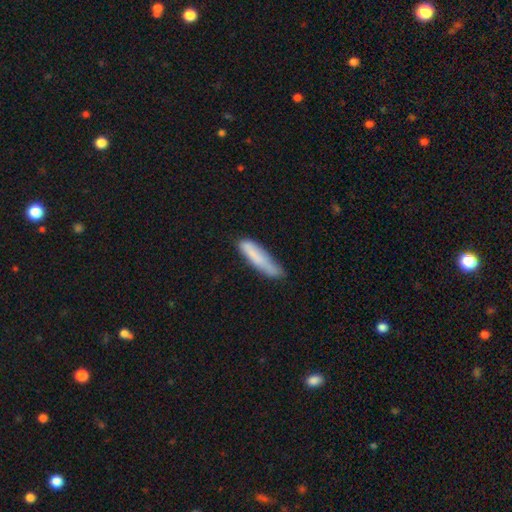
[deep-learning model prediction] Overall: smooth (75%). How rounded: cigar-shaped (80%). Merging: none (57%; minor disturbance 31%).